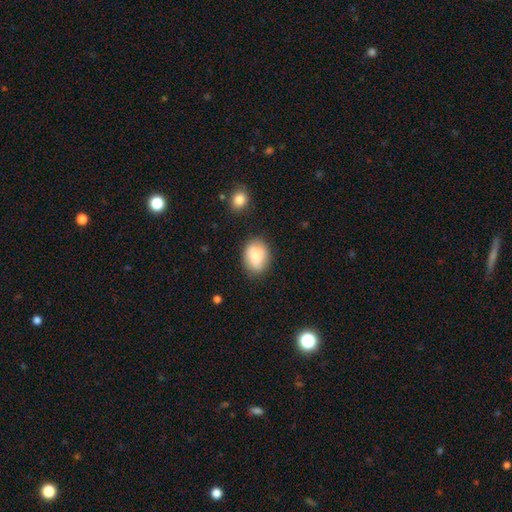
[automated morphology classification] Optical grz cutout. It shows a smooth galaxy with no disk features (81%) that is in between round and cigar-shaped (64%). Merging: none (79%).